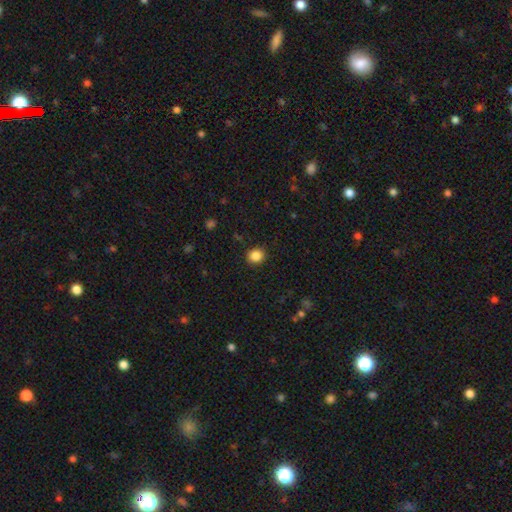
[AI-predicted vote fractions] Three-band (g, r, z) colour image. It shows a smooth galaxy with no disk features (86%) that is round (82%). Merging: none (91%).